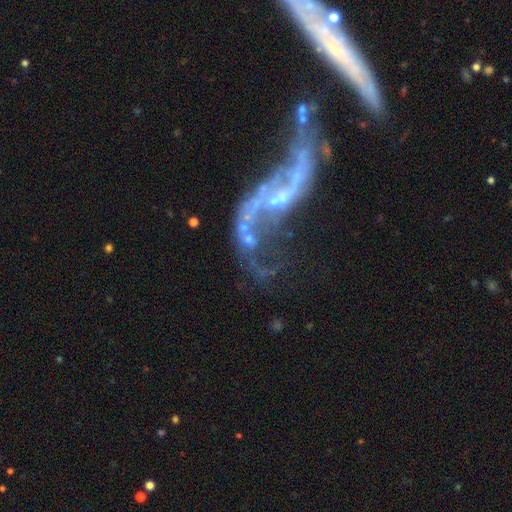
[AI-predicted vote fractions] This appears to be a featured or disk galaxy (83%) with no bar (44%), 2 (80%) loose (90%) spiral arms (79%) and a small central bulge (55%). Merging: merger (35%).